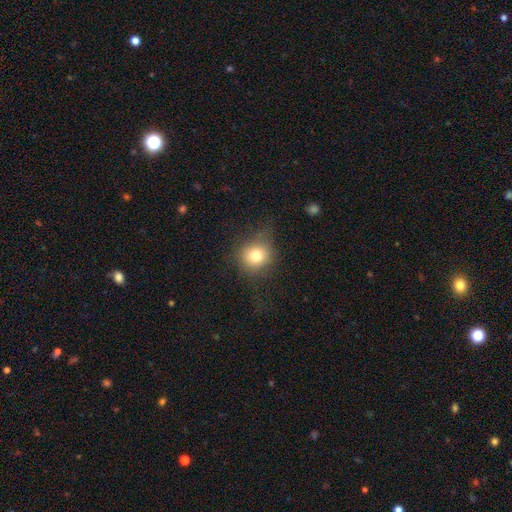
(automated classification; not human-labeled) smooth 76%, star or artifact 13%, featured or disk 12%. Down the decision tree: how rounded — round (84%); merging — none (68%).